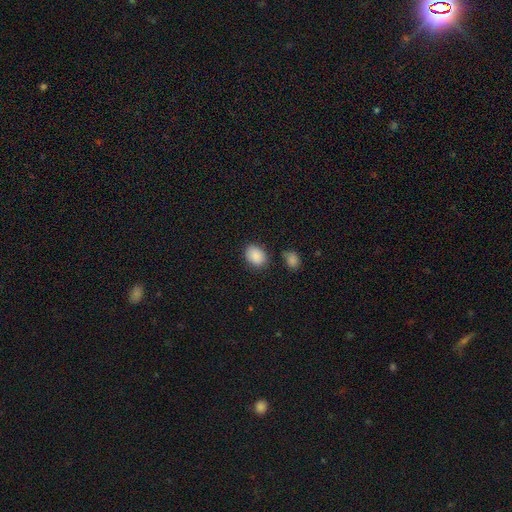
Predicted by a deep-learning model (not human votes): smooth_or_featured: smooth (p=0.88) [alt: star or artifact p=0.08]
how_rounded: in between (p=0.69) [alt: round p=0.30]
merging: none (p=0.76) [alt: minor disturbance p=0.14]